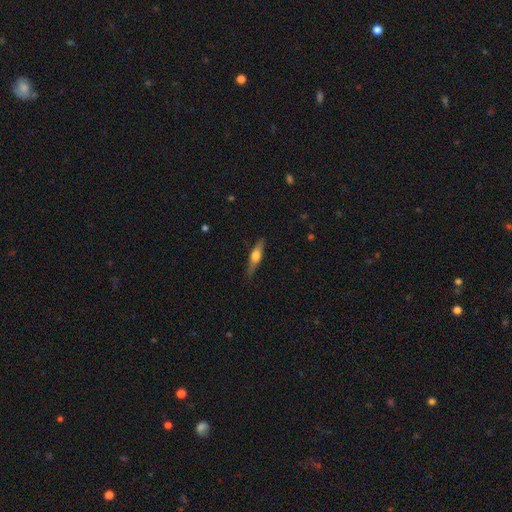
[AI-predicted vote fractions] The model was most divided on "smooth or featured": featured or disk: 54%, smooth: 41%, star or artifact: 6%. More confident: edge-on disk — yes (93%); merging — none (83%).